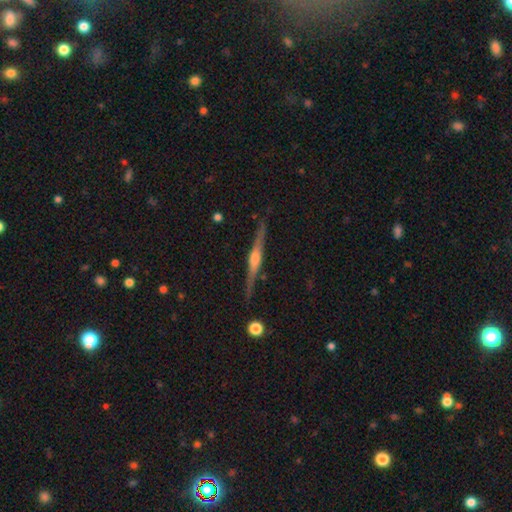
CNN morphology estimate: smooth-or-featured: featured or disk: 83% | smooth: 11% | star or artifact: 6%
  disk-edge-on: yes: 98% | no: 2%
    edge-on-bulge: rounded: 81% | boxy: 12% | none: 6%
  merging: none: 88% | minor disturbance: 9% | major disturbance: 2% | merger: 2%